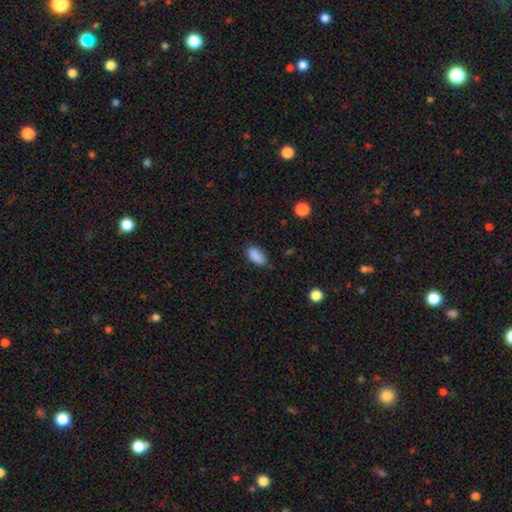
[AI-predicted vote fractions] This is clearly a smooth galaxy (88%). How rounded: clearly in between (91%). Merging: likely none (77%).